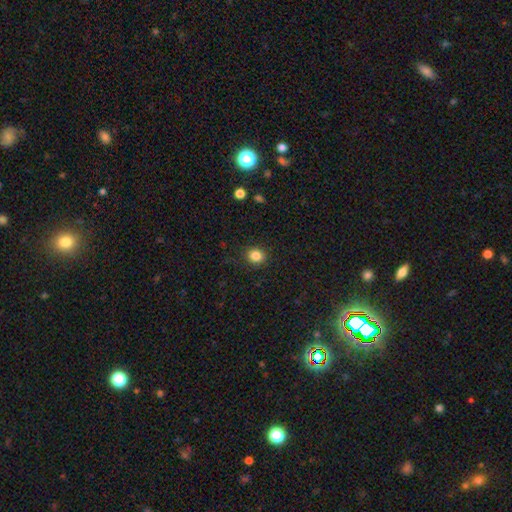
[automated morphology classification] Smooth or featured? smooth (84%)
How rounded? round (80%)
Merging? none (89%)